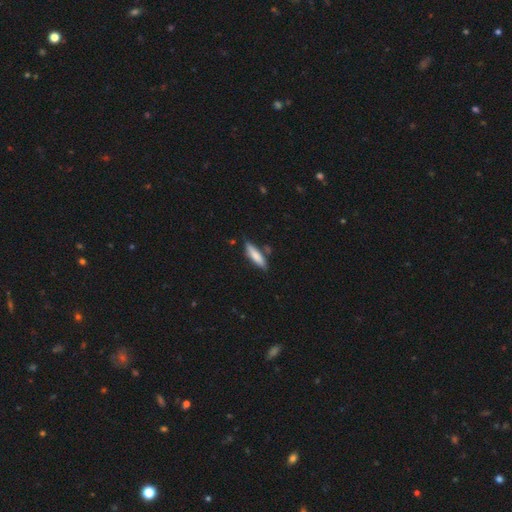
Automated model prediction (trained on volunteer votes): Overall: smooth (77%). How rounded: cigar-shaped (72%). Merging: none (77%).